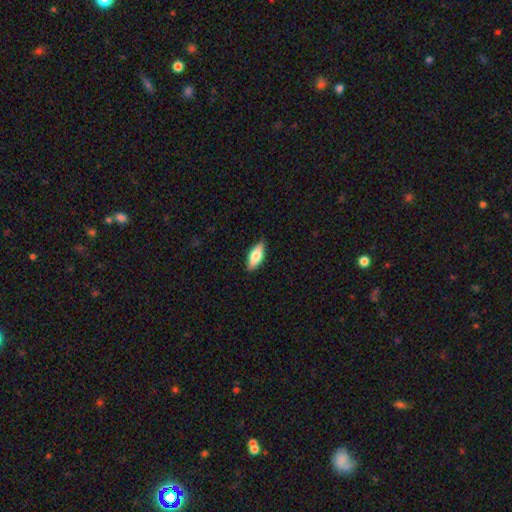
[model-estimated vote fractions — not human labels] Smooth or featured? smooth (70%)
How rounded? in between (74%)
Merging? none (87%)